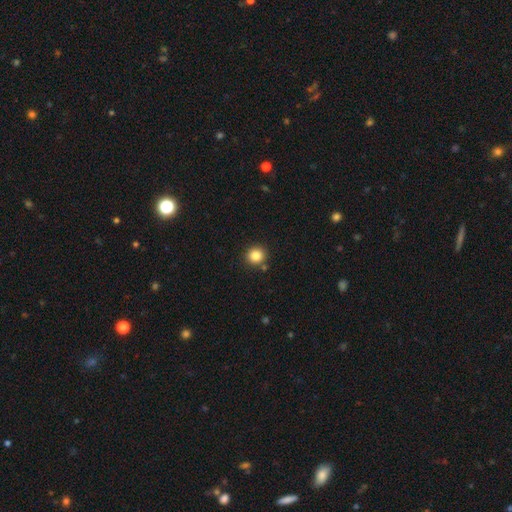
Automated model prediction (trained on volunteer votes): The model was most divided on "smooth or featured": smooth: 85%, star or artifact: 10%, featured or disk: 4%. More confident: how rounded — round (91%); merging — none (87%).